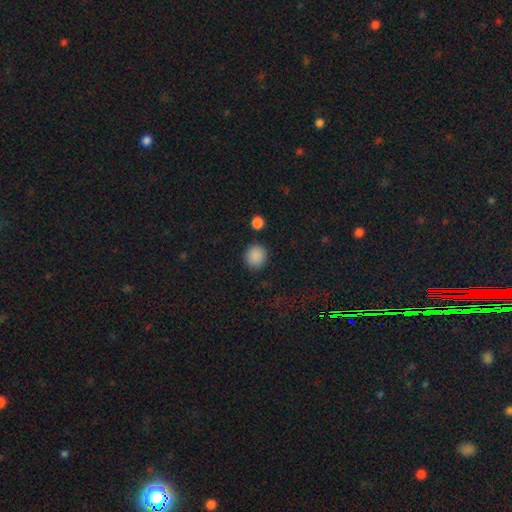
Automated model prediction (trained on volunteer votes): Smooth or featured? smooth (88%)
How rounded? round (88%)
Merging? none (89%)